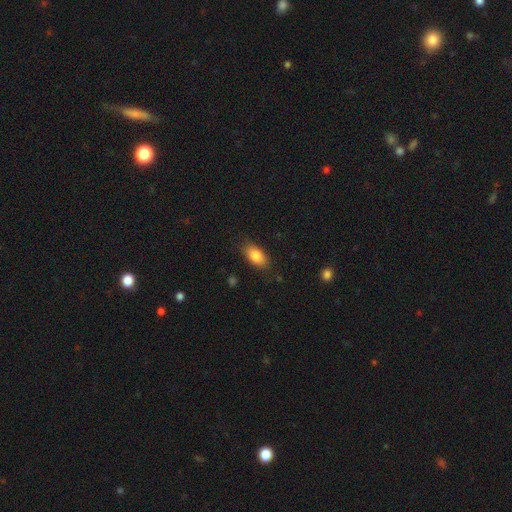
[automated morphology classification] Q: Smooth or featured?
A: smooth (85%); runner-up: featured or disk (8%)
Q: How rounded?
A: in between (90%); runner-up: cigar-shaped (5%)
Q: Merging?
A: none (83%); runner-up: minor disturbance (12%)